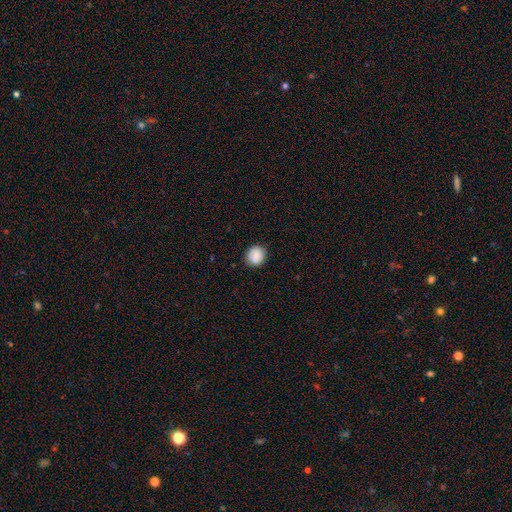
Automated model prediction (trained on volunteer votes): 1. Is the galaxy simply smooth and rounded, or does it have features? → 87% smooth, 8% star or artifact, 5% featured or disk.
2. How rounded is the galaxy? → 81% round, 18% in between, 1% cigar-shaped.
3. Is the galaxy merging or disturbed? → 86% none, 11% minor disturbance, 2% major disturbance, 1% merger.